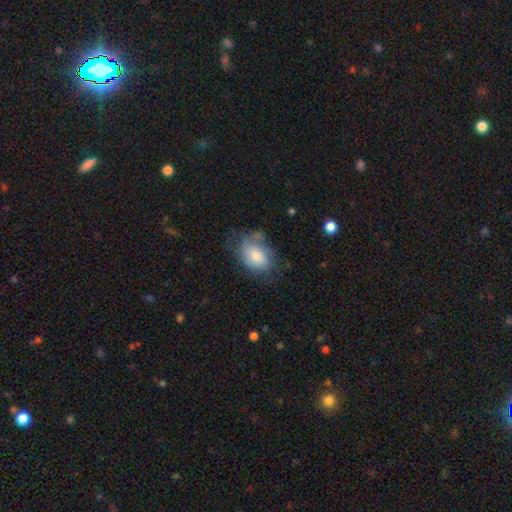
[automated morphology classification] A smooth galaxy with no disk features (73%) that is in between round and cigar-shaped (83%).

Vote fractions:
- Smooth or featured? smooth: 73% / featured or disk: 20% / star or artifact: 7%
- How rounded? in between: 83% / round: 15% / cigar-shaped: 1%
- Merging? none: 46% / minor disturbance: 32% / major disturbance: 19% / merger: 3%